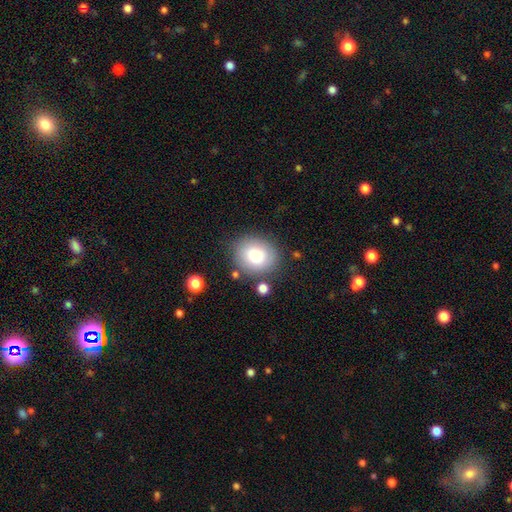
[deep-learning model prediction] smooth_or_featured: smooth (p=0.80) [alt: featured or disk p=0.11]
how_rounded: round (p=0.69) [alt: in between p=0.30]
merging: none (p=0.78) [alt: minor disturbance p=0.13]